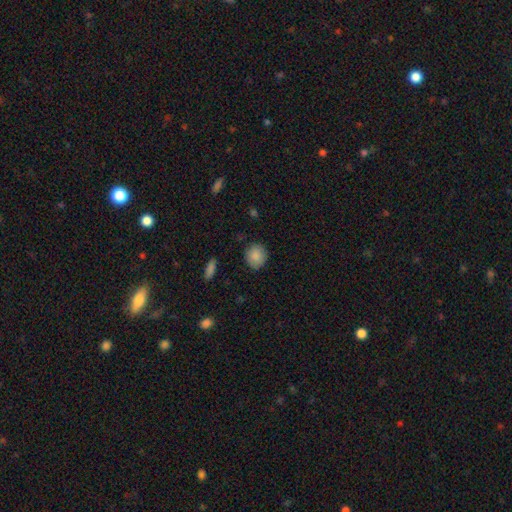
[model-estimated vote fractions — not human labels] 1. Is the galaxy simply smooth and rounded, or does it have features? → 86% smooth, 8% star or artifact, 6% featured or disk.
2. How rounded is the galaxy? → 80% round, 18% in between, 1% cigar-shaped.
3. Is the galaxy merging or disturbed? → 86% none, 11% minor disturbance, 2% major disturbance, 1% merger.